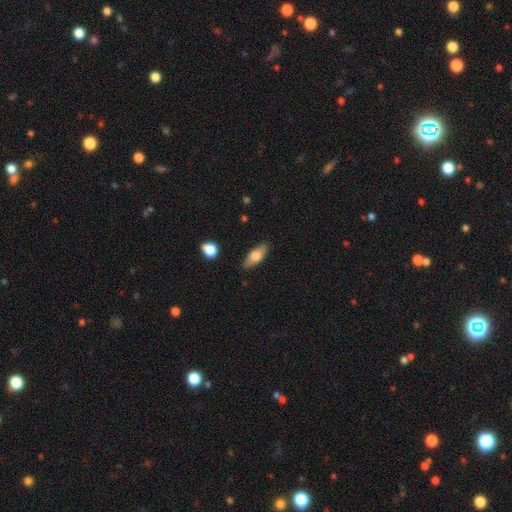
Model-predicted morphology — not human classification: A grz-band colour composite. It shows a smooth galaxy with no disk features (68%) that is in between round and cigar-shaped (72%). Merging: none (85%).